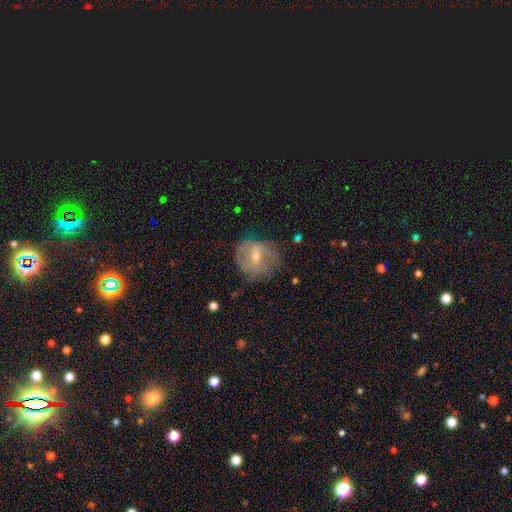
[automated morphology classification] This is likely a featured or disk galaxy (65%). It is clearly not viewed edge-on (96%). Bar: possibly weak (50%). Spiral arm pattern: likely yes (72%). Central bulge: possibly small (55%). Merging: likely none (67%).